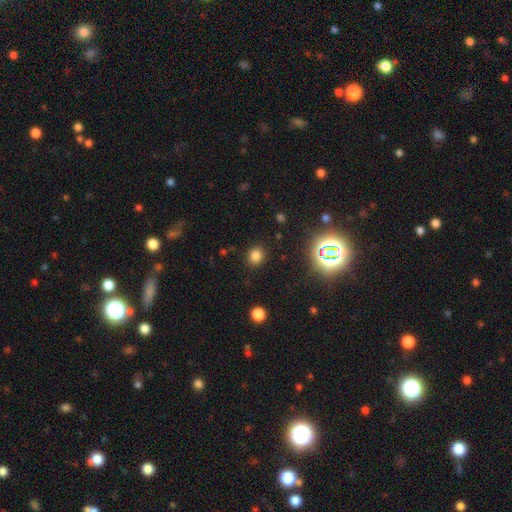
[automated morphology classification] Smooth or featured? smooth (77%)
How rounded? round (78%)
Merging? none (88%)